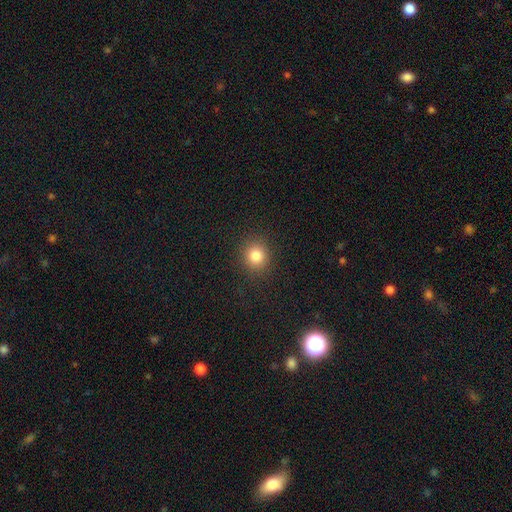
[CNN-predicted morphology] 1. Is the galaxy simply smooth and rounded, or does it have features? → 82% smooth, 12% star or artifact, 6% featured or disk.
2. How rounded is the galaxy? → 86% round, 13% in between, 1% cigar-shaped.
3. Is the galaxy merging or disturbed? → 90% none, 6% minor disturbance, 3% major disturbance, 1% merger.